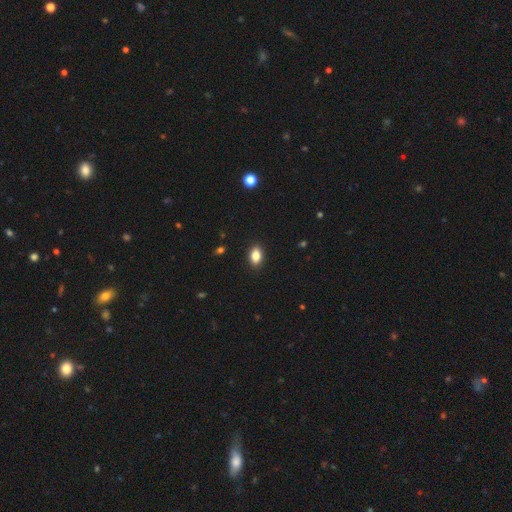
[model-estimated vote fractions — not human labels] The model was most divided on "how rounded": in between: 86%, round: 12%, cigar-shaped: 2%. More confident: merging — none (89%); smooth or featured — smooth (84%).